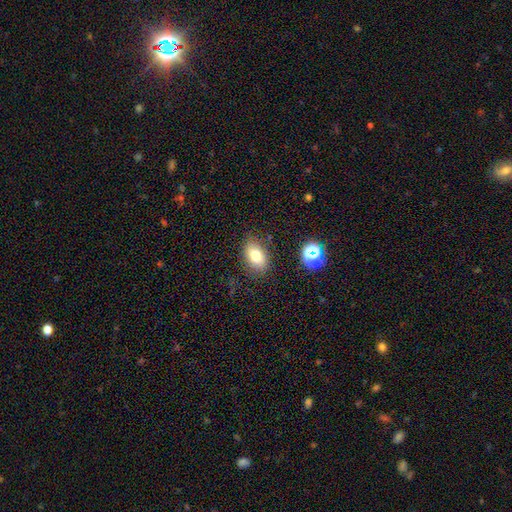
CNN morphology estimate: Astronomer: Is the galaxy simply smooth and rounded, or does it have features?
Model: smooth — 76%.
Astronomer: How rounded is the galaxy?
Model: in between — 83%.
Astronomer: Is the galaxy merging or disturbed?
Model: none — 80%.